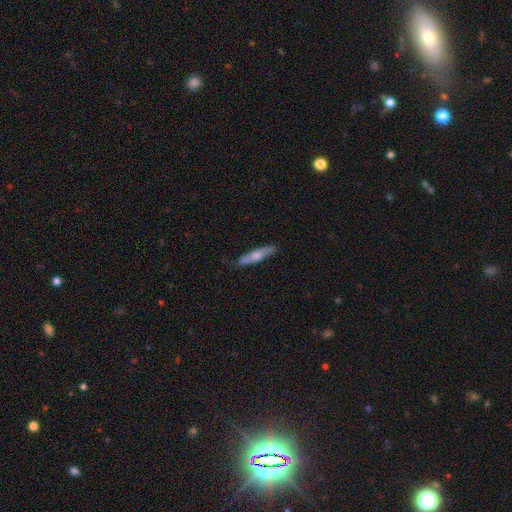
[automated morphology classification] Smooth or featured: smooth — 56% (featured or disk — 38%)
How rounded: cigar-shaped — 84% (in between — 15%)
Merging: none — 82% (minor disturbance — 14%)